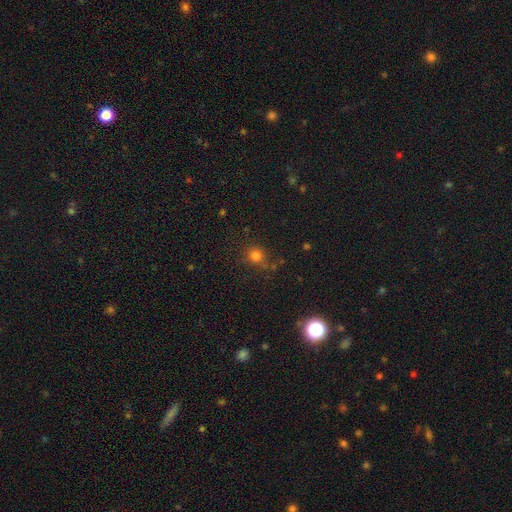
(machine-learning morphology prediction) smooth-or-featured: smooth: 78% | star or artifact: 16% | featured or disk: 6%
  how-rounded: round: 85% | in between: 14% | cigar-shaped: 1%
  merging: none: 74% | minor disturbance: 15% | major disturbance: 6% | merger: 5%